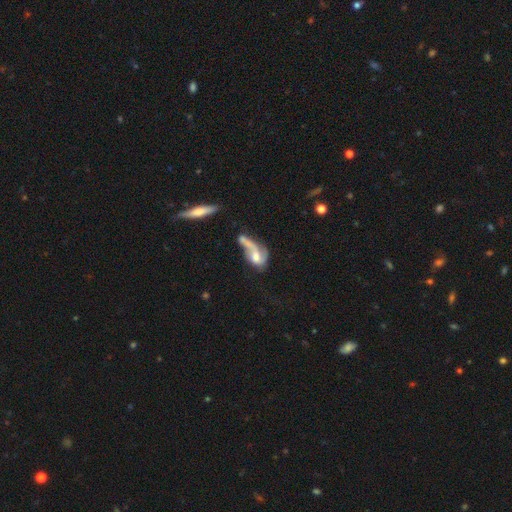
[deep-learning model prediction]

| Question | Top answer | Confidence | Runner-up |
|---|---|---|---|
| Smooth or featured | featured or disk | 59% | smooth (32%) |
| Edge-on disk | no | 86% | yes (14%) |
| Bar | no | 69% | weak (24%) |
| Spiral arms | yes | 61% | no (39%) |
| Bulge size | moderate | 49% | small (20%) |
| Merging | major disturbance | 33% | tied: merger (33%) |